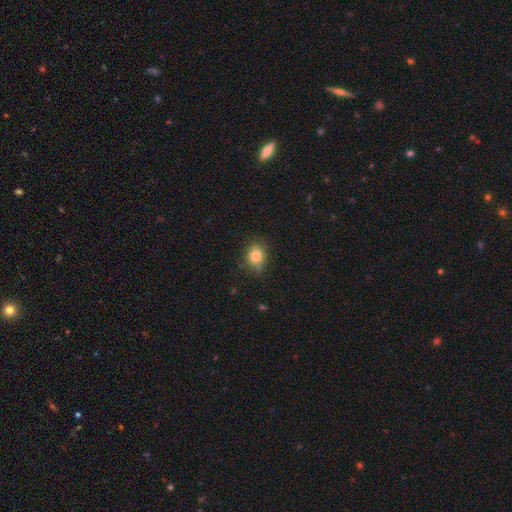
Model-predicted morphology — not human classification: This appears to be a smooth galaxy with no disk features (83%) that is in between round and cigar-shaped (52%). Merging: none (80%).